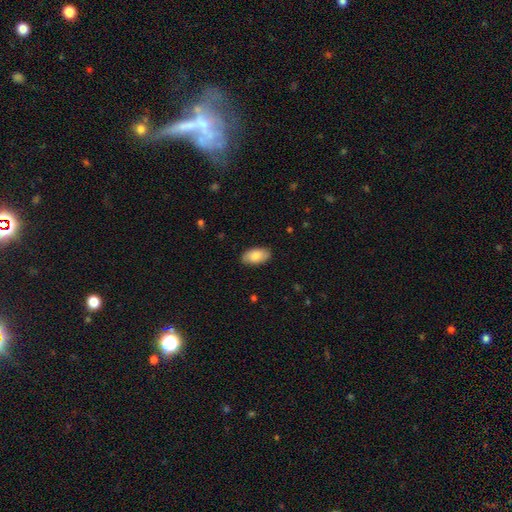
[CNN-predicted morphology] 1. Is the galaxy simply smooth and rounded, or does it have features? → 83% smooth, 11% featured or disk, 6% star or artifact.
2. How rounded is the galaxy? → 95% in between, 3% round, 2% cigar-shaped.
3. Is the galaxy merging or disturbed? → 86% none, 11% minor disturbance, 2% major disturbance, 1% merger.